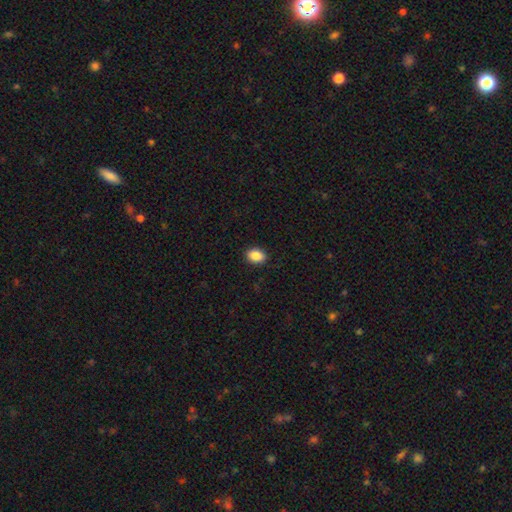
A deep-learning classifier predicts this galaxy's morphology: smooth_or_featured: smooth (p=0.88) [alt: star or artifact p=0.08]
how_rounded: in between (p=0.74) [alt: round p=0.25]
merging: none (p=0.90) [alt: minor disturbance p=0.07]